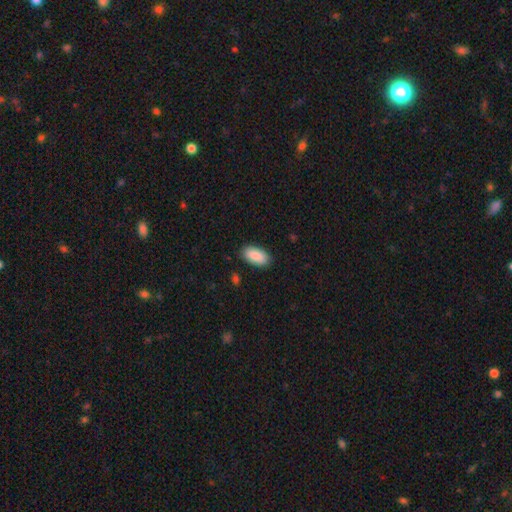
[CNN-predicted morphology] Smooth or featured: smooth — 89% (star or artifact — 6%)
How rounded: in between — 93% (cigar-shaped — 4%)
Merging: none — 86% (minor disturbance — 10%)